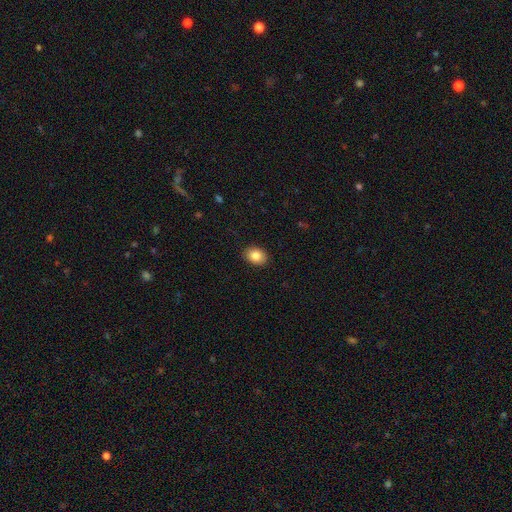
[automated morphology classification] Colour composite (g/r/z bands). It shows a smooth galaxy with no disk features (84%) that is in between round and cigar-shaped (67%). Merging: none (90%).